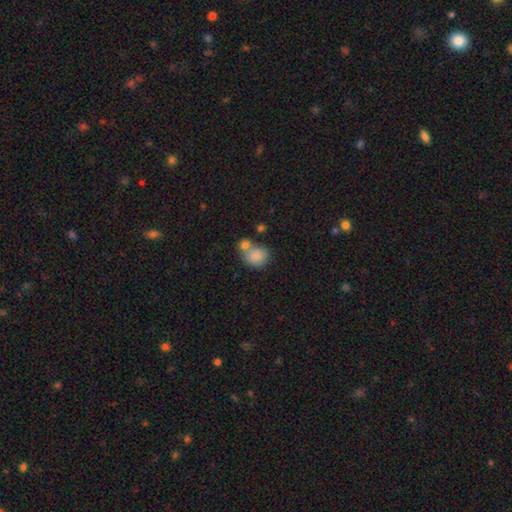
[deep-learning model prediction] This is clearly a smooth galaxy (83%). How rounded: likely round (60%). Merging: marginally merger (44%).